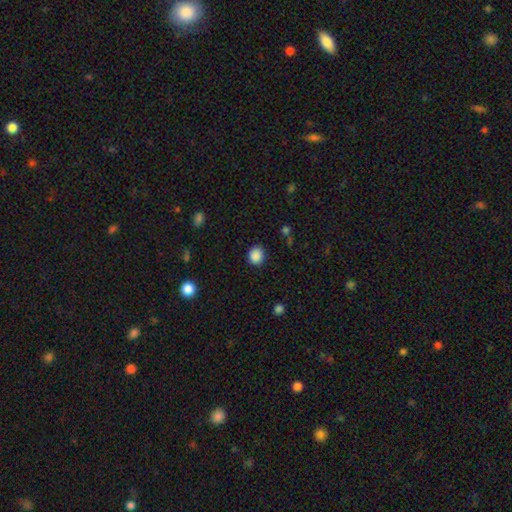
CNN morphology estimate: This is clearly a smooth galaxy (87%). How rounded: likely round (79%). Merging: clearly none (86%).